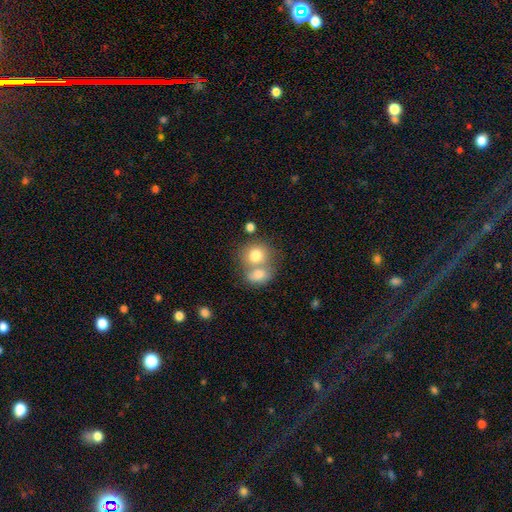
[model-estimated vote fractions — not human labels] Smooth or featured?
  - smooth: 76% *
  - featured or disk: 15%
  - star or artifact: 8%
How rounded?
  - round: 68% *
  - in between: 31%
  - cigar-shaped: 1%
Merging?
  - merger: 55% *
  - none: 32%
  - minor disturbance: 8%
  - major disturbance: 4%